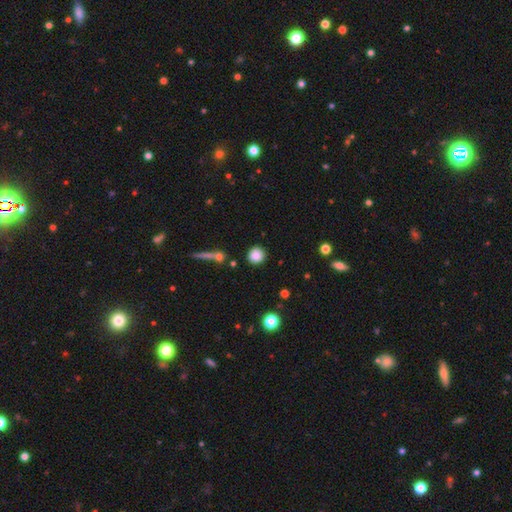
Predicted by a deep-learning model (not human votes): This is clearly a smooth galaxy (85%). How rounded: clearly round (93%). Merging: clearly none (88%).